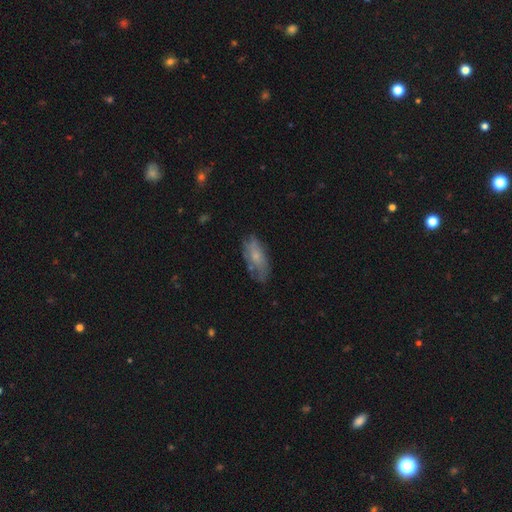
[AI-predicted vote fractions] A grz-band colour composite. It shows a smooth galaxy with no disk features (54%) that is in between round and cigar-shaped (82%). Merging: none (59%).